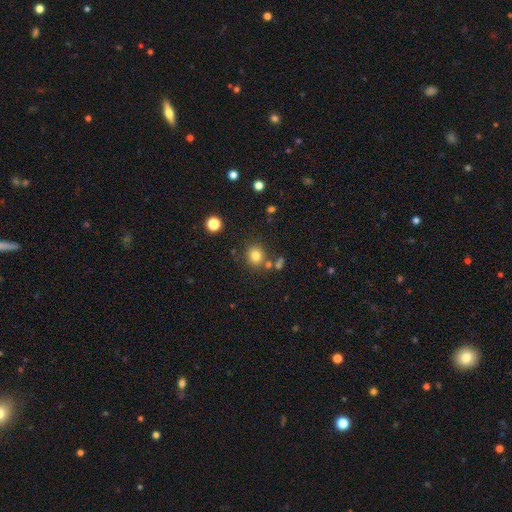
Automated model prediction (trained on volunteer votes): Smooth or featured?
  - smooth: 80% *
  - star or artifact: 14%
  - featured or disk: 7%
How rounded?
  - round: 86% *
  - in between: 13%
  - cigar-shaped: 1%
Merging?
  - none: 78% *
  - minor disturbance: 9%
  - merger: 9%
  - major disturbance: 4%